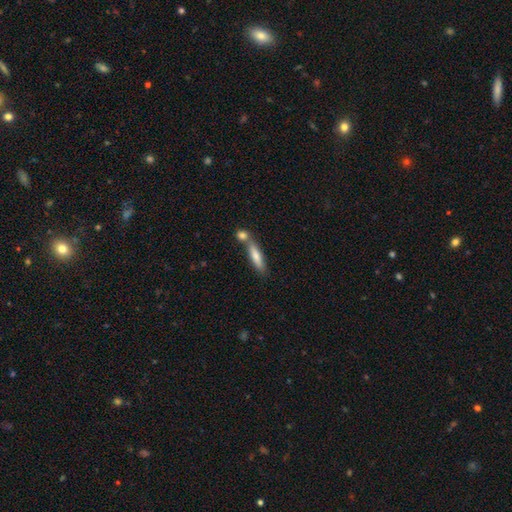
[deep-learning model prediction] This is likely a smooth galaxy (68%). How rounded: likely cigar-shaped (78%). Merging: possibly none (58%).